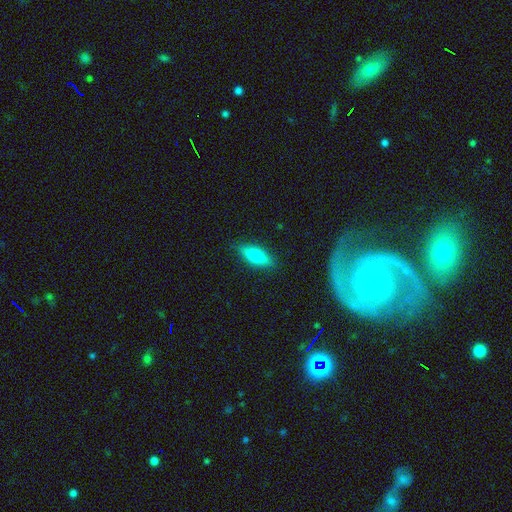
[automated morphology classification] type=smooth (65%); roundness=in between (49%); merging=none (87%).